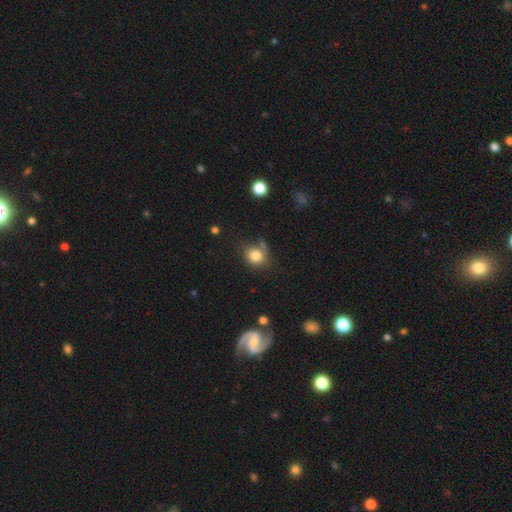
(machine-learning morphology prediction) smooth 80%, star or artifact 11%, featured or disk 9%. Down the decision tree: how rounded — round (71%); merging — none (61%).